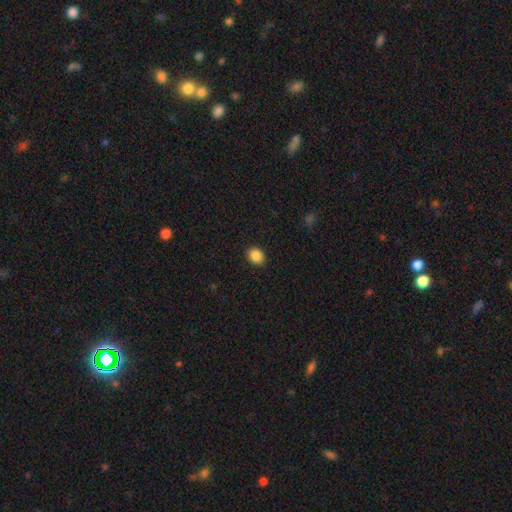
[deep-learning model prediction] Q: Smooth or featured?
A: smooth (88%); runner-up: star or artifact (9%)
Q: How rounded?
A: round (53%); runner-up: in between (46%)
Q: Merging?
A: none (91%); runner-up: minor disturbance (6%)